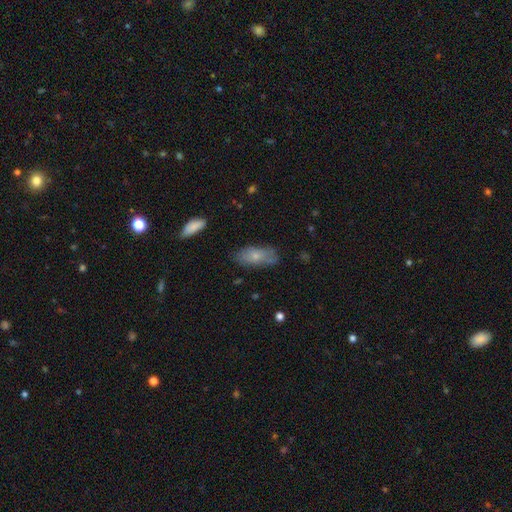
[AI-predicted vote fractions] Smooth or featured: smooth — 65% (featured or disk — 28%)
How rounded: in between — 87% (cigar-shaped — 10%)
Merging: none — 66% (minor disturbance — 25%)